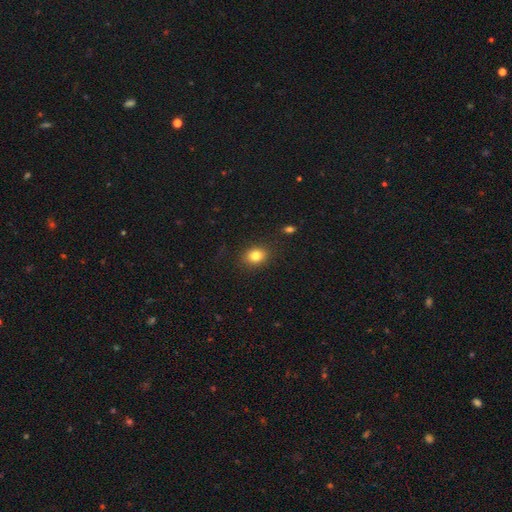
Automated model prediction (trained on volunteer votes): Q: Smooth or featured?
A: smooth (82%); runner-up: star or artifact (11%)
Q: How rounded?
A: in between (53%); runner-up: round (46%)
Q: Merging?
A: none (87%); runner-up: minor disturbance (9%)